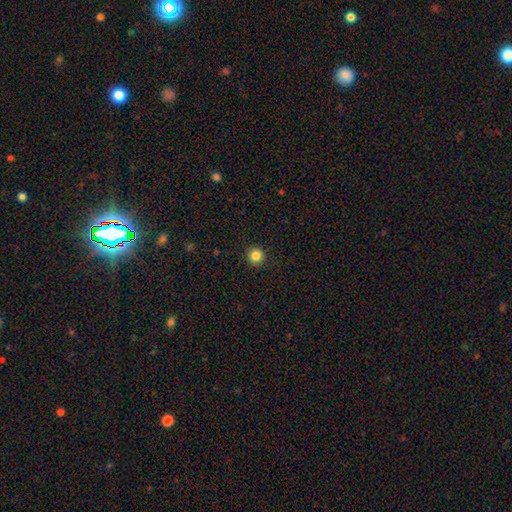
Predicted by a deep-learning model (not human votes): Smooth or featured: smooth — 84% (star or artifact — 11%)
How rounded: round — 96% (in between — 4%)
Merging: none — 93% (minor disturbance — 5%)